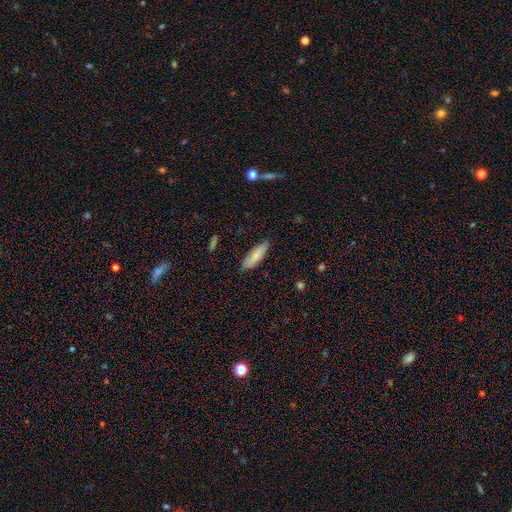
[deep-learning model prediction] Morphology: type=smooth (77%); roundness=in between (56%); merging=none (82%).